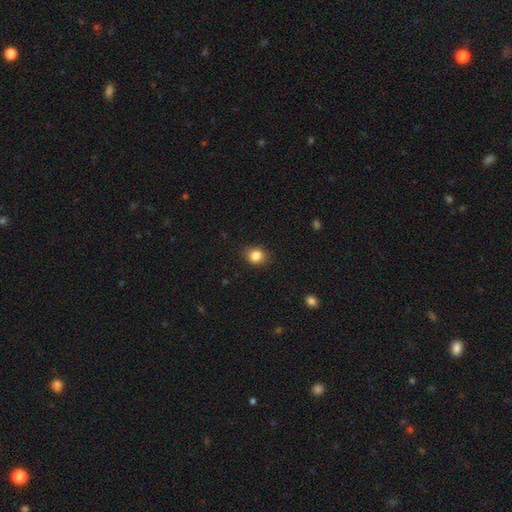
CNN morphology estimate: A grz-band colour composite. It shows a smooth galaxy with no disk features (85%) that is round (61%). Merging: none (85%).